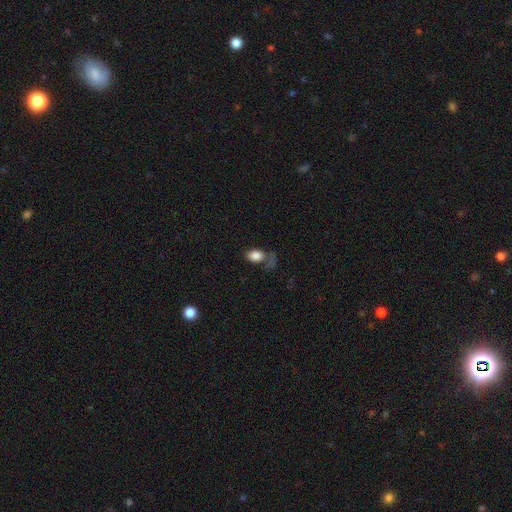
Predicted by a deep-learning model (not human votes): Morphology: type=smooth (82%); roundness=in between (78%); merging=none (46%).